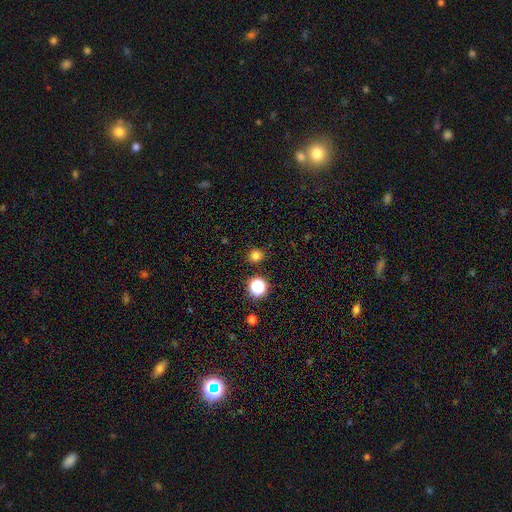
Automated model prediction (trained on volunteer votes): A smooth galaxy with no disk features (79%) that is round (93%).

Vote fractions:
- Smooth or featured? smooth: 79% / star or artifact: 17% / featured or disk: 4%
- How rounded? round: 93% / in between: 6% / cigar-shaped: 1%
- Merging? none: 91% / minor disturbance: 6% / major disturbance: 2% / merger: 2%